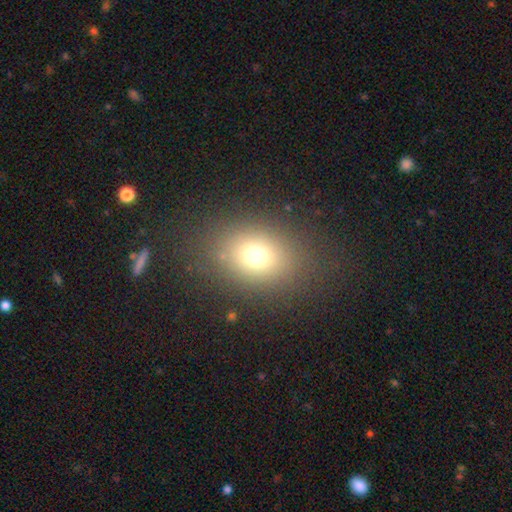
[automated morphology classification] This appears to be a smooth galaxy with no disk features (72%) that is in between round and cigar-shaped (57%). Merging: none (82%).